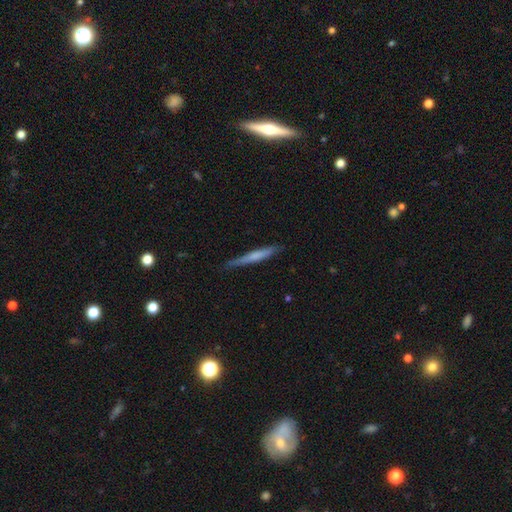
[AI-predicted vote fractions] Overall: smooth (54%; featured or disk 40%). How rounded: cigar-shaped (96%). Merging: none (82%).